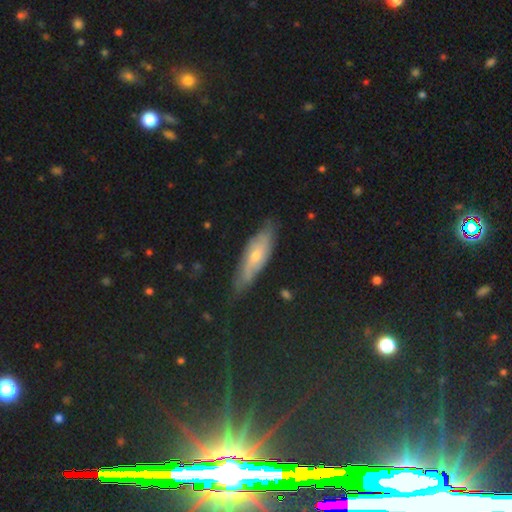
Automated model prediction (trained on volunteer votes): Q: Smooth or featured?
A: featured or disk (52%); runner-up: smooth (38%)
Q: Edge-on disk?
A: no (66%); runner-up: yes (34%)
Q: Merging?
A: none (71%); runner-up: minor disturbance (23%)